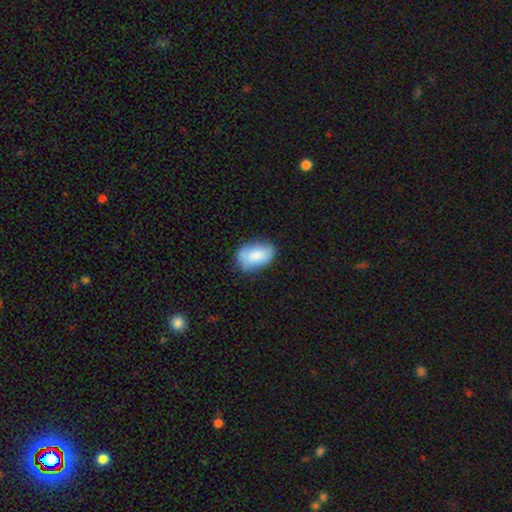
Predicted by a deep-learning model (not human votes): Smooth or featured? Predicted: smooth (p=0.84). How rounded? Predicted: in between (p=0.91). Merging? Predicted: none (p=0.73).